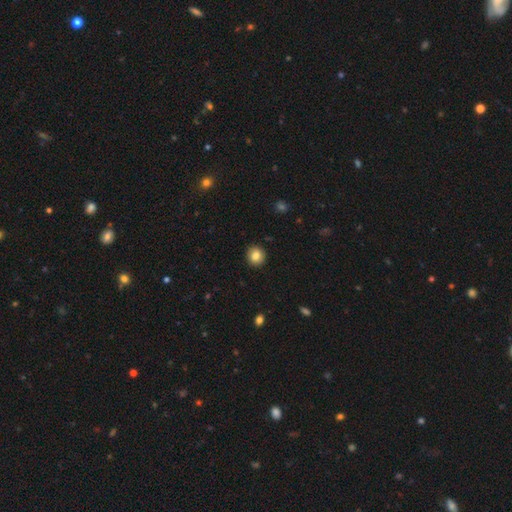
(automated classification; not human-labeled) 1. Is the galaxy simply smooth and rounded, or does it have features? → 83% smooth, 9% star or artifact, 8% featured or disk.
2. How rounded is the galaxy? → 88% round, 11% in between, 1% cigar-shaped.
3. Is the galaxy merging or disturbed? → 91% none, 6% minor disturbance, 2% major disturbance, 1% merger.